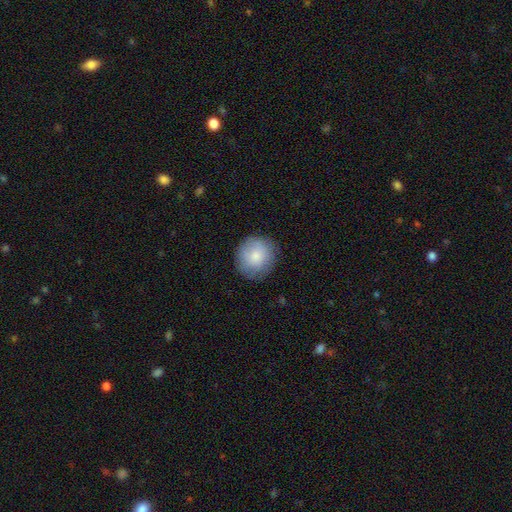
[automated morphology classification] type=smooth (81%); roundness=round (90%); merging=none (84%).